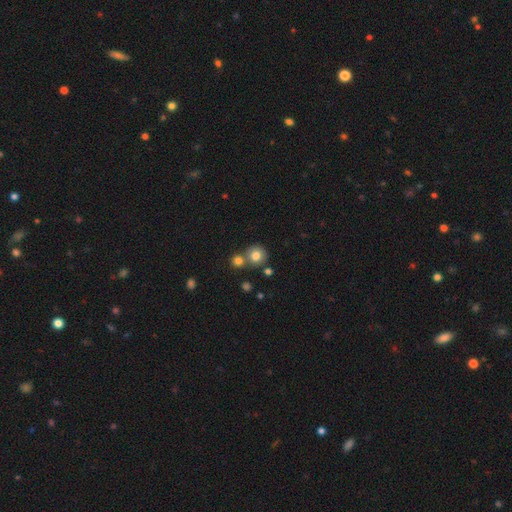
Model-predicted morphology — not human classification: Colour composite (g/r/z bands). It shows a smooth galaxy with no disk features (79%) that is round (89%). Merging: none (63%).